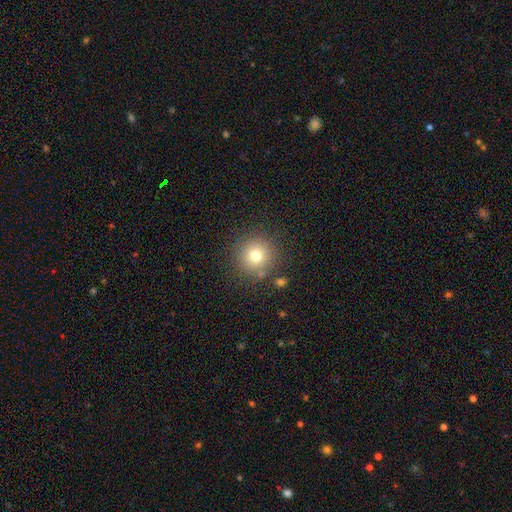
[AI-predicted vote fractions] Morphology: type=smooth (76%); roundness=round (95%); merging=none (83%).